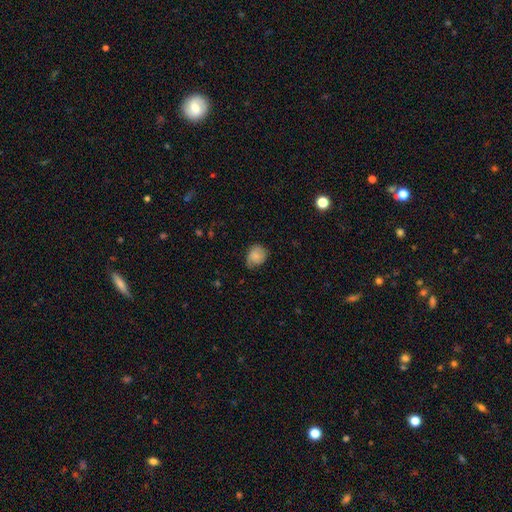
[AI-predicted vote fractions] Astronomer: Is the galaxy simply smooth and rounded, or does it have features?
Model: smooth — 73%.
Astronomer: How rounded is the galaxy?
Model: round — 54% (runner-up: in between, 45%).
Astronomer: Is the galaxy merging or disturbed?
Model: none — 53% (runner-up: minor disturbance, 34%).